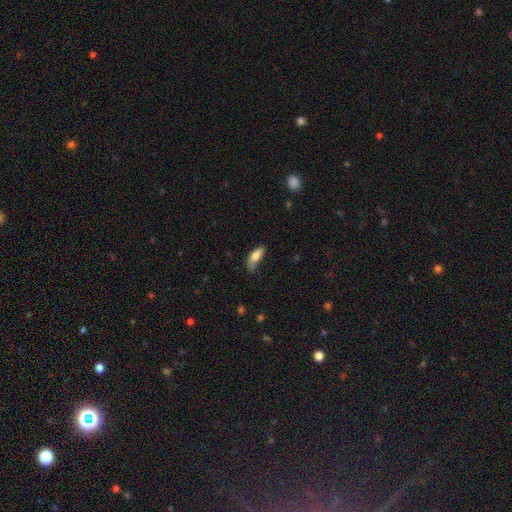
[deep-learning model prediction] This is likely a smooth galaxy (79%). How rounded: likely in between (72%). Merging: marginally none (41%).